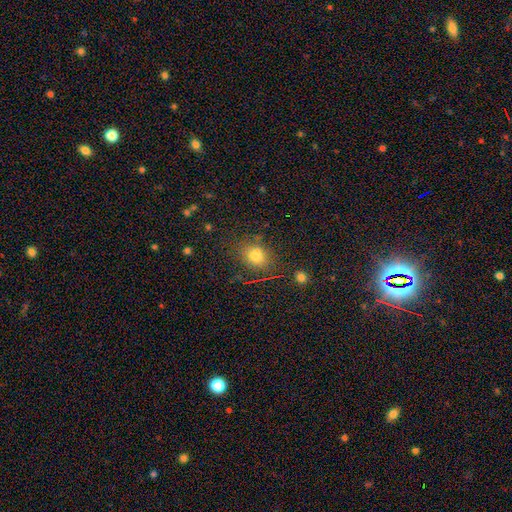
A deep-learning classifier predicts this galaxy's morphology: Smooth or featured? Predicted: smooth (p=0.73). How rounded? Predicted: in between (p=0.49, tied with round). Merging? Predicted: none (p=0.72).